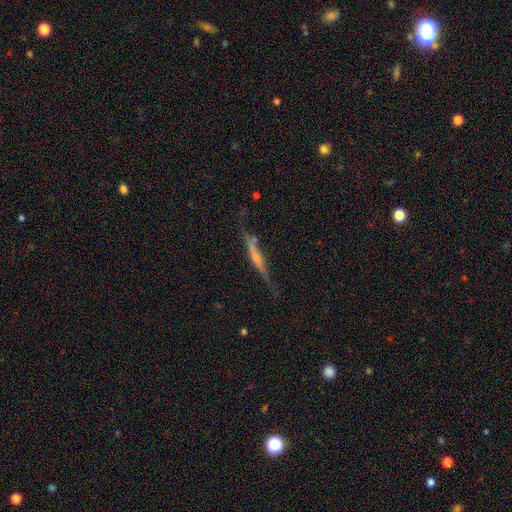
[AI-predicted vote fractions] A featured or disk galaxy (64%) viewed edge-on (93%) with a rounded central bulge (43%).

Vote fractions:
- Smooth or featured? featured or disk: 64% / smooth: 28% / star or artifact: 8%
- Edge-on disk? yes: 93% / no: 7%
- Edge-on bulge? rounded: 43% / none: 40% / boxy: 18%
- Merging? none: 66% / minor disturbance: 22% / major disturbance: 8% / merger: 4%